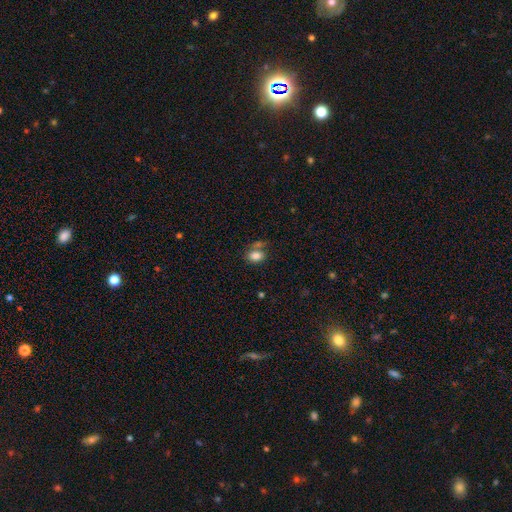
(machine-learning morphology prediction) Smooth or featured?
  - smooth: 82% *
  - star or artifact: 10%
  - featured or disk: 8%
How rounded?
  - in between: 76% *
  - round: 23%
  - cigar-shaped: 1%
Merging?
  - none: 52% *
  - merger: 24%
  - minor disturbance: 17%
  - major disturbance: 7%